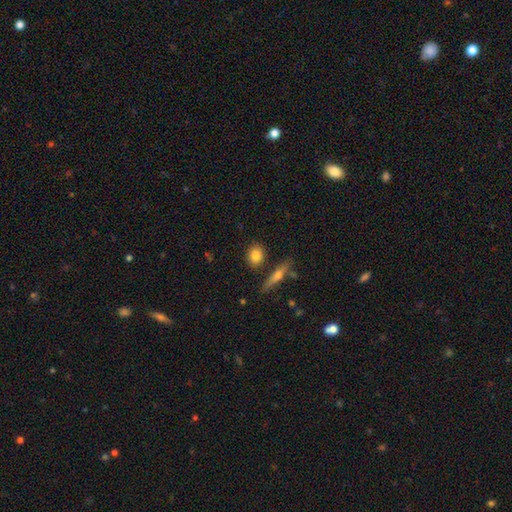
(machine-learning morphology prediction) A smooth galaxy with no disk features (81%) that is in between round and cigar-shaped (47%, tied with round).

Vote fractions:
- Smooth or featured? smooth: 81% / featured or disk: 11% / star or artifact: 7%
- How rounded? in between: 47% (tied) / round: 47% (tied) / cigar-shaped: 5%
- Merging? none: 82% / minor disturbance: 10% / merger: 6% / major disturbance: 2%